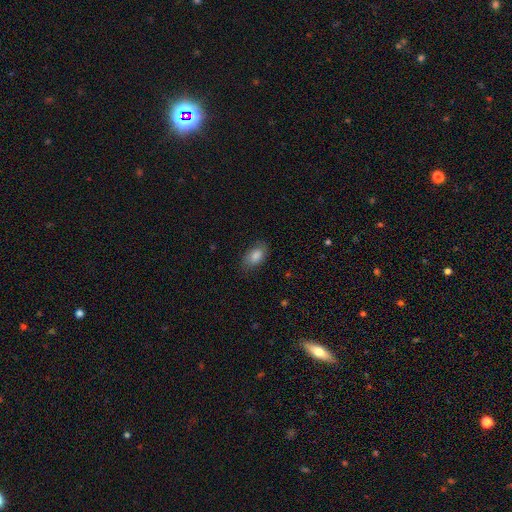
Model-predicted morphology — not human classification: smooth_or_featured: smooth (p=0.81) [alt: featured or disk p=0.10]
how_rounded: in between (p=0.90) [alt: round p=0.07]
merging: none (p=0.78) [alt: minor disturbance p=0.17]